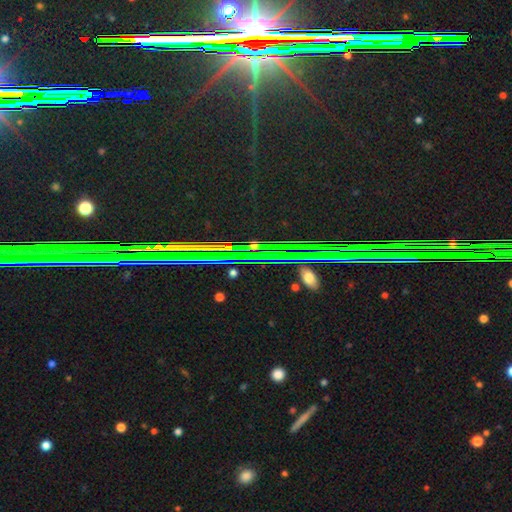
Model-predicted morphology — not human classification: smooth_or_featured: star or artifact (p=0.85) [alt: featured or disk p=0.09]